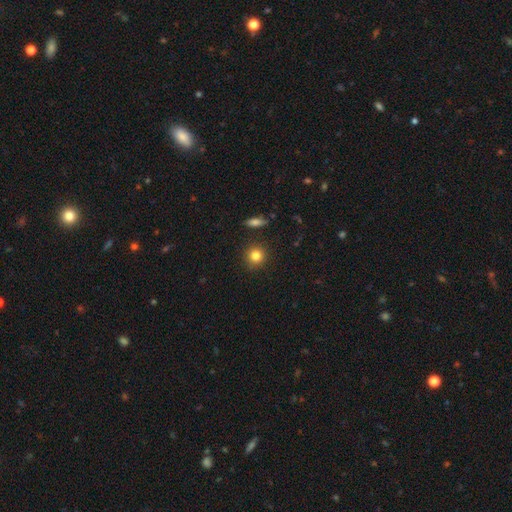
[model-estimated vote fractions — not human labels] Overall: smooth (82%). How rounded: round (91%). Merging: none (89%).